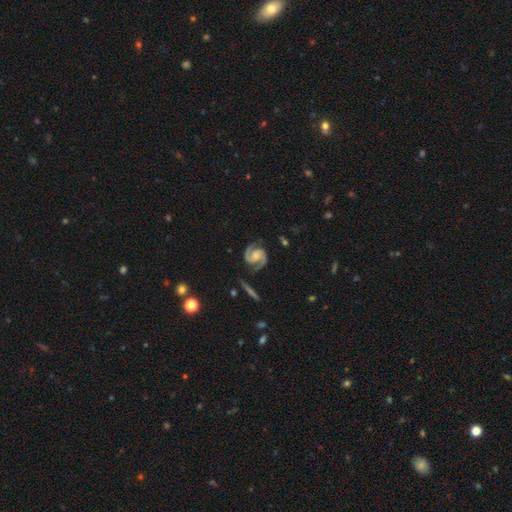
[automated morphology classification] type=featured or disk (92%); edge-on=no (98%); bar=no (54%); spiral arms=yes (98%); winding=medium (54%); arm count=2 (94%); bulge=moderate (42%); merging=none (81%).